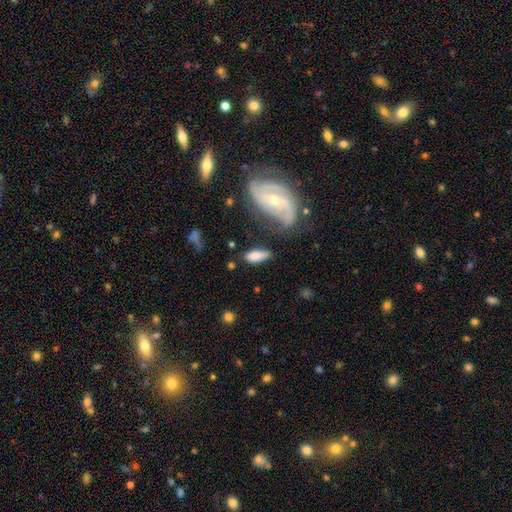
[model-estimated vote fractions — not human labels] Q: Smooth or featured?
A: smooth (70%); runner-up: featured or disk (23%)
Q: How rounded?
A: in between (79%); runner-up: cigar-shaped (18%)
Q: Merging?
A: none (62%); runner-up: minor disturbance (22%)